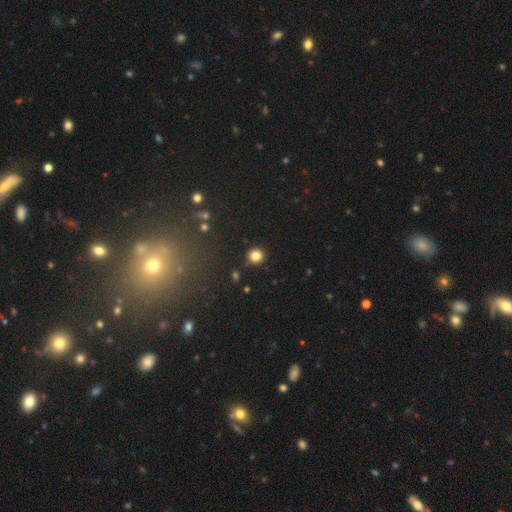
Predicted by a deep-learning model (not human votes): The model was most divided on "smooth or featured": smooth: 82%, star or artifact: 13%, featured or disk: 5%. More confident: how rounded — round (93%); merging — none (91%).